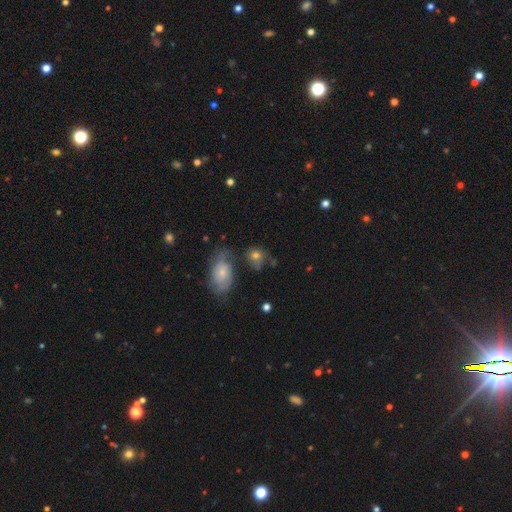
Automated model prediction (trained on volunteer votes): smooth 65%, featured or disk 23%, star or artifact 12%. Down the decision tree: how rounded — round (63%); merging — none (46%).